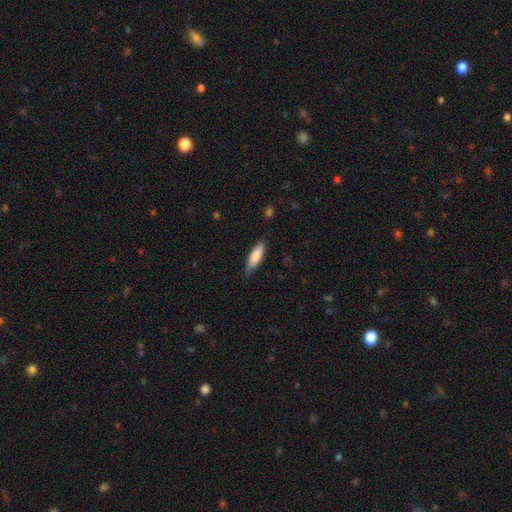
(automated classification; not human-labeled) Morphology: type=smooth (84%); roundness=in between (52%); merging=none (78%).